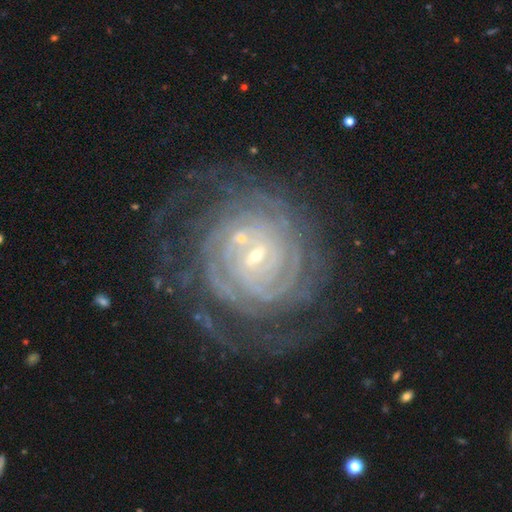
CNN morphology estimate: This is clearly a featured or disk galaxy (90%). It is clearly not viewed edge-on (97%). Bar: marginally no (41%, tied with weak). Spiral arm pattern: clearly yes (98%). Spiral arm count: marginally can't tell (28%). Spiral winding: clearly tight (85%). Central bulge: likely small (80%). Merging: likely none (66%).